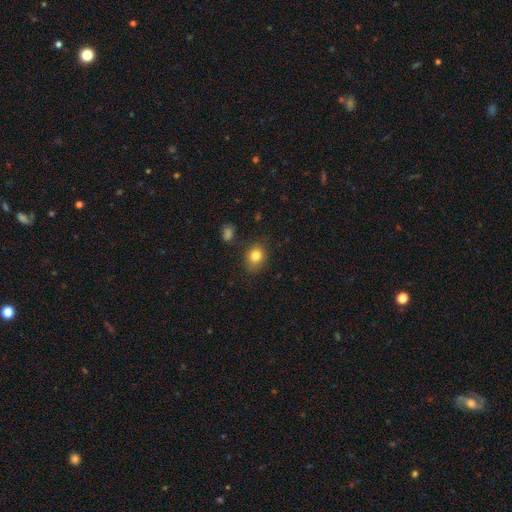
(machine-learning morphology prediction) This is clearly a smooth galaxy (82%). How rounded: possibly round (59%). Merging: clearly none (80%).